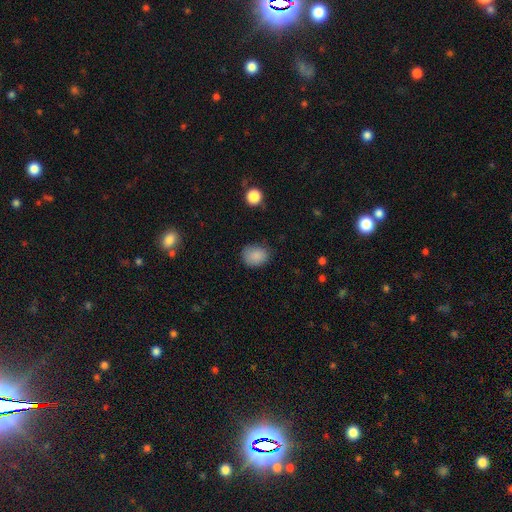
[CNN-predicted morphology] This is clearly a smooth galaxy (86%). How rounded: possibly in between (50%). Merging: likely none (77%).